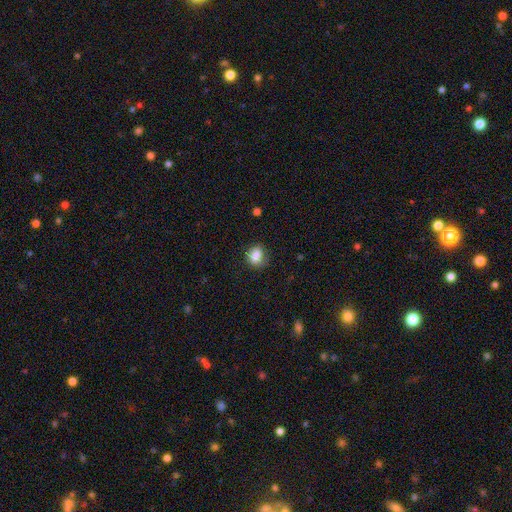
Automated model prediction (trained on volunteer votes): Morphology: type=smooth (84%); roundness=round (50%); merging=none (69%).